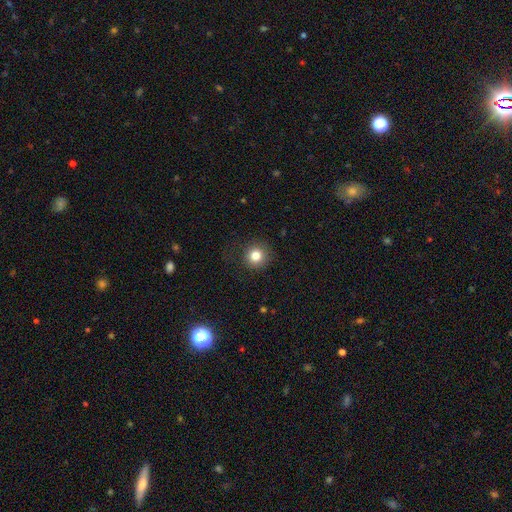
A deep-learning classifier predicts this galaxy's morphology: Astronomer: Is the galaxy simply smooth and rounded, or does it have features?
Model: smooth — 82%.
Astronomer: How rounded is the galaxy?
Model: round — 93%.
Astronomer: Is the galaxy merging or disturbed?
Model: none — 87%.